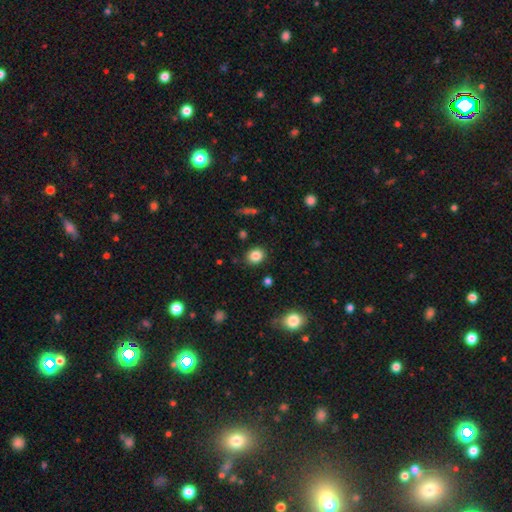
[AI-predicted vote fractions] smooth 84%, star or artifact 10%, featured or disk 5%. Down the decision tree: how rounded — round (65%); merging — none (88%).